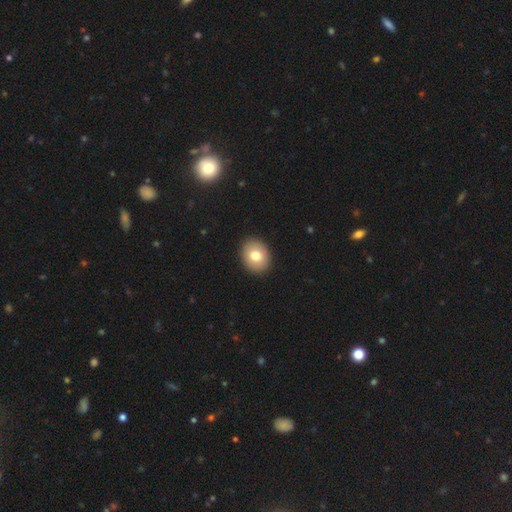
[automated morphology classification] smooth-or-featured: smooth: 77% | featured or disk: 15% | star or artifact: 8%
  how-rounded: in between: 55% | round: 44% | cigar-shaped: 1%
  merging: none: 91% | minor disturbance: 6% | major disturbance: 2% | merger: 1%